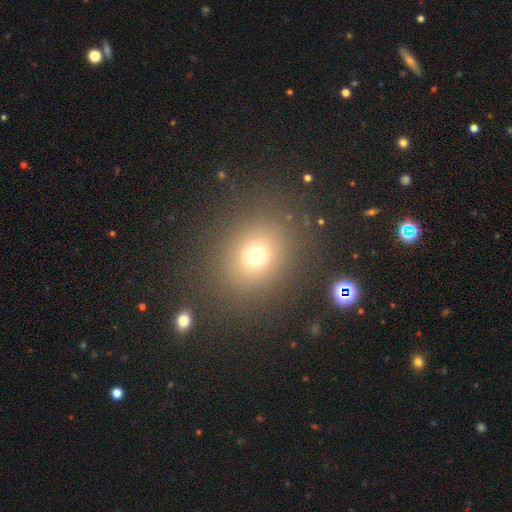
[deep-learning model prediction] Smooth or featured: smooth — 71% (star or artifact — 20%)
How rounded: round — 71% (in between — 28%)
Merging: none — 86% (minor disturbance — 7%)